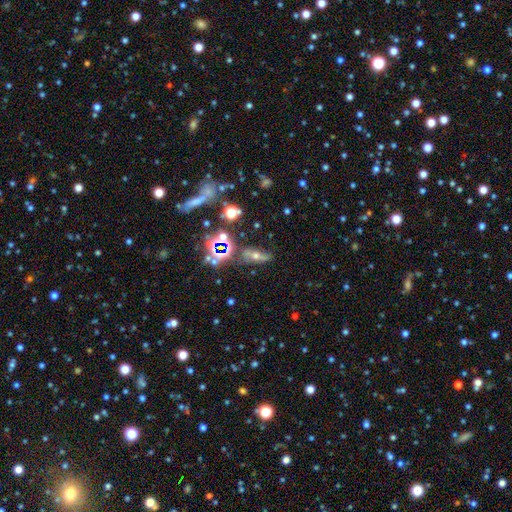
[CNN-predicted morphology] This appears to be a star or artifact, not a galaxy (38%).